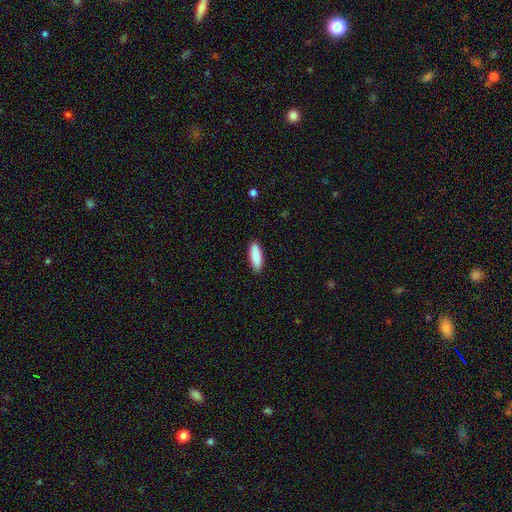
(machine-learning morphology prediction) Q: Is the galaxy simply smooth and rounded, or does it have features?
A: smooth — 91%.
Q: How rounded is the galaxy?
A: in between — 68%.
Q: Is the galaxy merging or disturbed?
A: none — 89%.